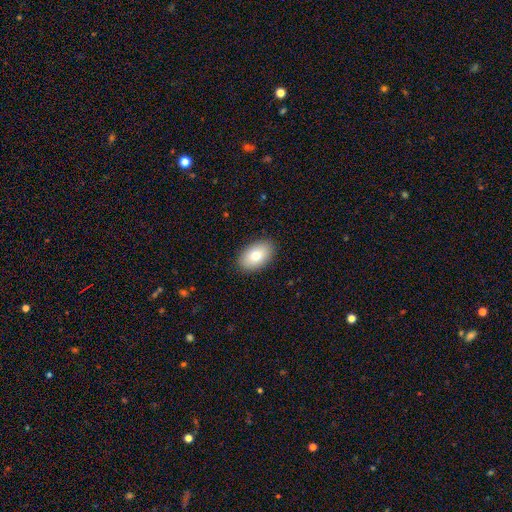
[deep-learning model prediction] Smooth or featured: smooth — 78% (featured or disk — 14%)
How rounded: in between — 92% (round — 7%)
Merging: none — 88% (minor disturbance — 9%)